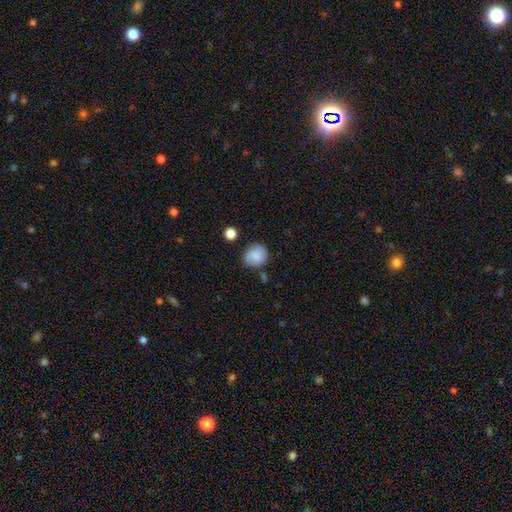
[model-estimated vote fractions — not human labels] Morphology: type=smooth (83%); roundness=round (77%); merging=none (75%).